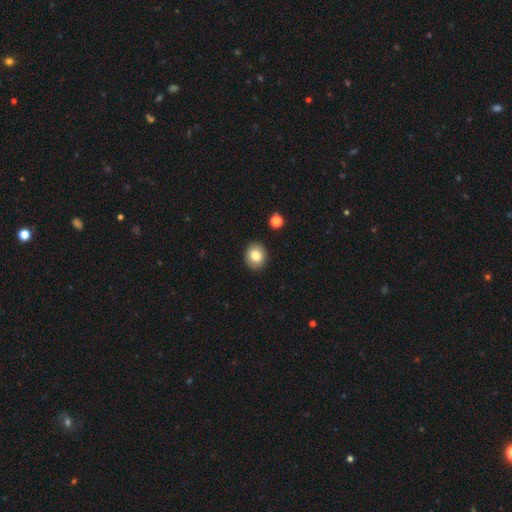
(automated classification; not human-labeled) smooth 82%, star or artifact 10%, featured or disk 9%. Down the decision tree: how rounded — round (75%); merging — none (91%).